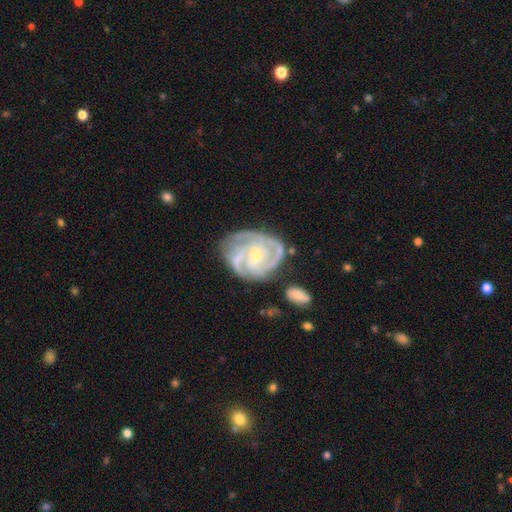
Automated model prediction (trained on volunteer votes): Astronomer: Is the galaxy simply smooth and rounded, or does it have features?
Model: featured or disk — 87%.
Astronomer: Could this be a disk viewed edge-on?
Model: no — 98%.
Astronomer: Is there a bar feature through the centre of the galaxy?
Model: weak — 45% (runner-up: no, 42%).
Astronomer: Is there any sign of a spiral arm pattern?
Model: yes — 95%.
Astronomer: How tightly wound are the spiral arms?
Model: tight — 58% (runner-up: medium, 35%).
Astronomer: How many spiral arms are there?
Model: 3 — 36% (runner-up: can't tell, 21%).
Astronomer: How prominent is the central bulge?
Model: small — 70%.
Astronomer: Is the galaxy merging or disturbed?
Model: none — 60%.